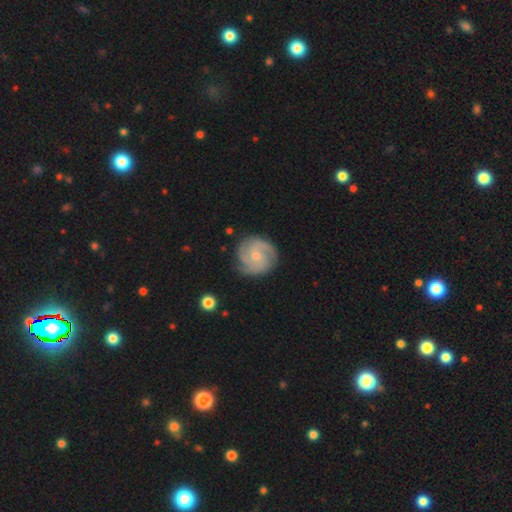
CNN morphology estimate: smooth_or_featured: featured or disk (p=0.82) [alt: smooth p=0.13]
disk_edge_on: no (p=0.98) [alt: yes p=0.02]
bar: no (p=0.65) [alt: weak p=0.31]
has_spiral_arms: yes (p=0.97) [alt: no p=0.03]
spiral_winding: tight (p=0.52) [alt: medium p=0.39]
spiral_arm_count: 3 (p=0.47) [alt: 2 p=0.19]
bulge_size: small (p=0.56) [alt: moderate p=0.41]
merging: none (p=0.80) [alt: minor disturbance p=0.15]